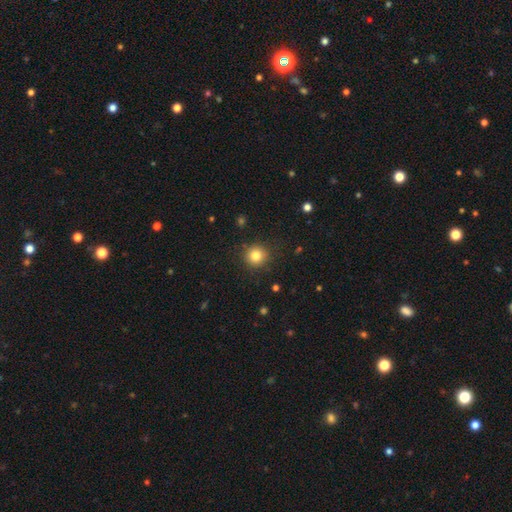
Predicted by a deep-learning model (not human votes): Smooth or featured? Predicted: smooth (p=0.82). How rounded? Predicted: round (p=0.92). Merging? Predicted: none (p=0.89).